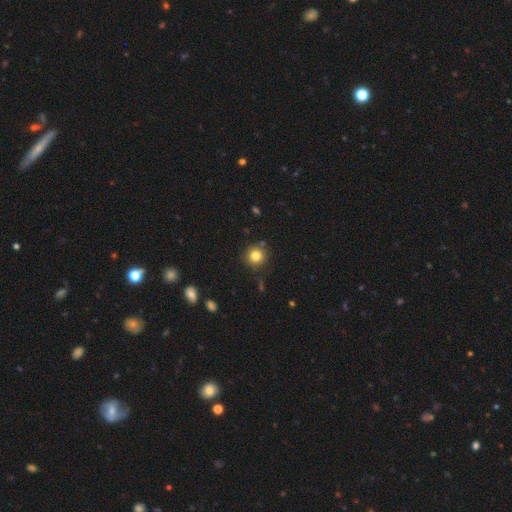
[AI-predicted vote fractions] Overall: smooth (81%). How rounded: round (93%). Merging: none (85%).